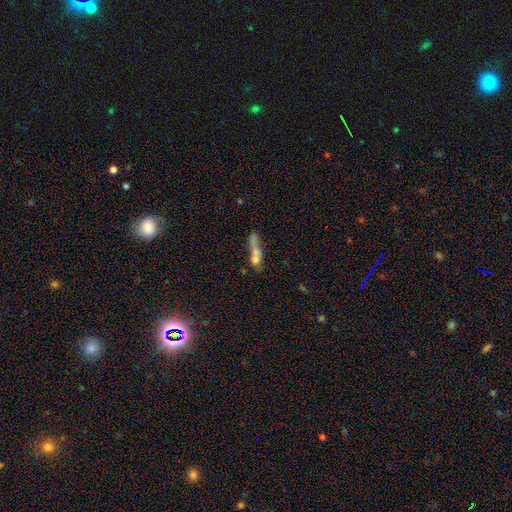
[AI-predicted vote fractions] smooth 56%, featured or disk 31%, star or artifact 13%. Down the decision tree: how rounded — cigar-shaped (57%); merging — merger (52%).